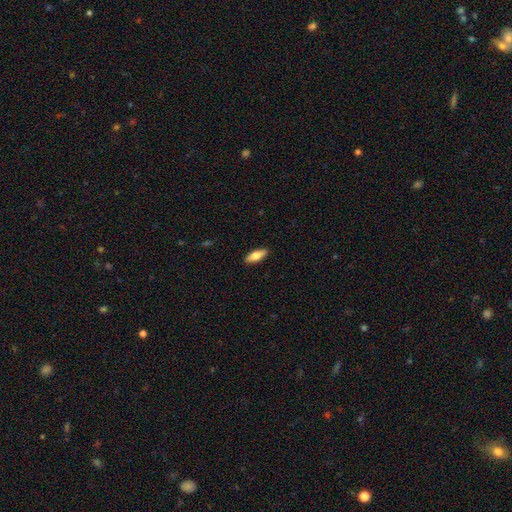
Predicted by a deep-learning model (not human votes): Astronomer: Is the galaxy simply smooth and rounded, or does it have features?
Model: smooth — 72%.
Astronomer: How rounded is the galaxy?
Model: in between — 65%.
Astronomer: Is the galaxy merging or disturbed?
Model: none — 90%.